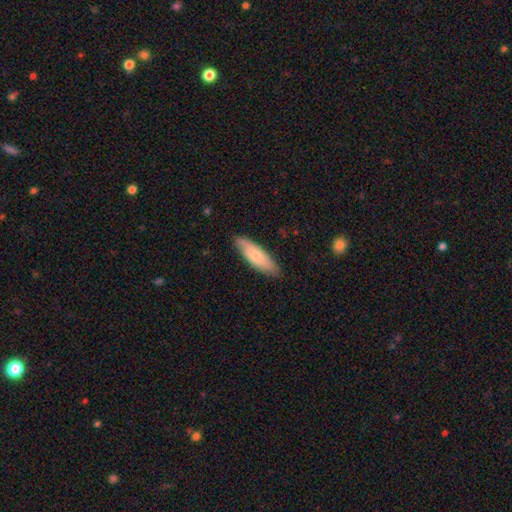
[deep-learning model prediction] Smooth or featured?
  - smooth: 71% *
  - featured or disk: 24%
  - star or artifact: 5%
How rounded?
  - in between: 51% *
  - cigar-shaped: 48%
  - round: 2%
Merging?
  - none: 84% *
  - minor disturbance: 13%
  - major disturbance: 2%
  - merger: 1%